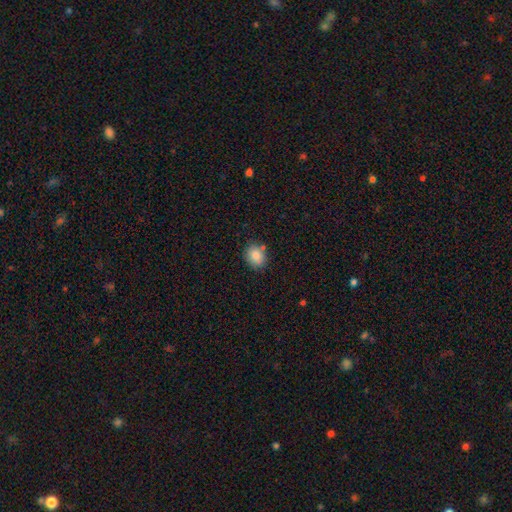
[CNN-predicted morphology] smooth-or-featured: smooth: 85% | star or artifact: 9% | featured or disk: 6%
  how-rounded: round: 56% | in between: 43% | cigar-shaped: 1%
  merging: none: 77% | minor disturbance: 14% | merger: 6% | major disturbance: 3%